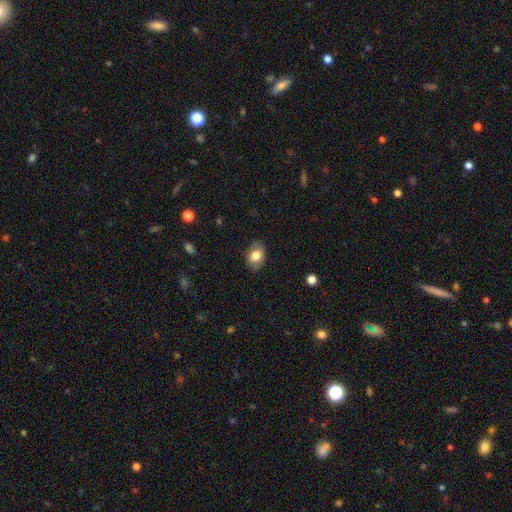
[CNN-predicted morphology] A smooth galaxy with no disk features (79%) that is in between round and cigar-shaped (77%). Merging: none (84%).